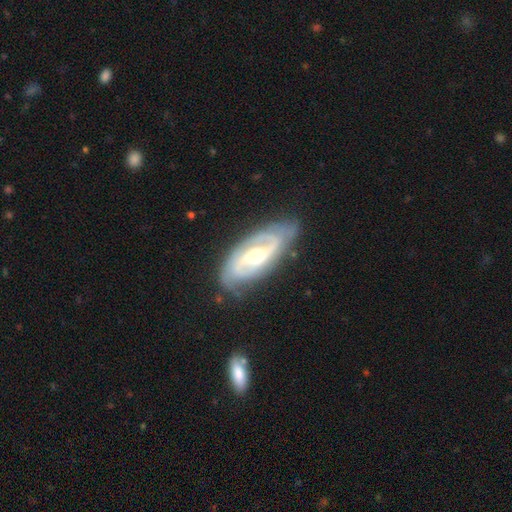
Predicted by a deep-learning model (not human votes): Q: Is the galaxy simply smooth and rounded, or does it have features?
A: featured or disk — 87%.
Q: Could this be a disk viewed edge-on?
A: no — 94%.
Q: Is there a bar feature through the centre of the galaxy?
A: weak — 43%.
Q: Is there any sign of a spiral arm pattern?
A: yes — 95%.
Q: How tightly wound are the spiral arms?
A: medium — 44%.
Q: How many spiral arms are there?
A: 2 — 83%.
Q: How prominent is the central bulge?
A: moderate — 67%.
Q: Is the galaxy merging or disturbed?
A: none — 76%.